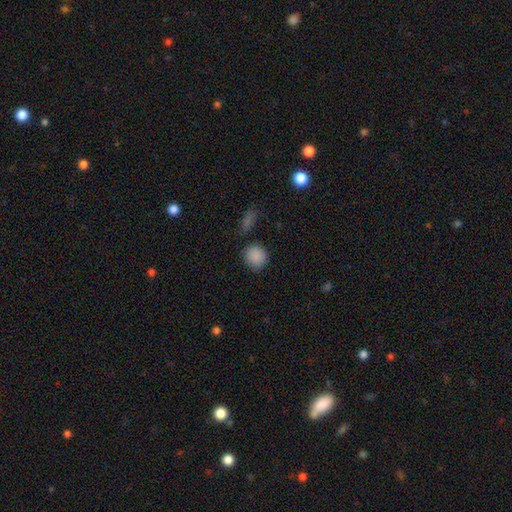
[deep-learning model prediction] smooth 87%, star or artifact 9%, featured or disk 4%. Down the decision tree: how rounded — round (84%); merging — none (81%).